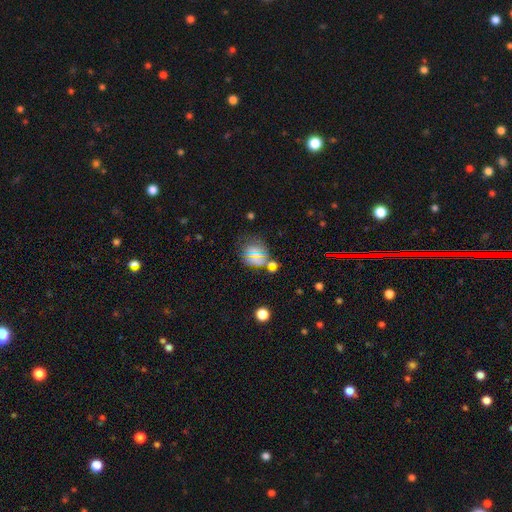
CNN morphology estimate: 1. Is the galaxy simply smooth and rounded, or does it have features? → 53% smooth, 32% star or artifact, 15% featured or disk.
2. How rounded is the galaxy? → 72% round, 26% in between, 2% cigar-shaped.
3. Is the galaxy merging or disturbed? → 57% none, 17% minor disturbance, 16% merger, 10% major disturbance.